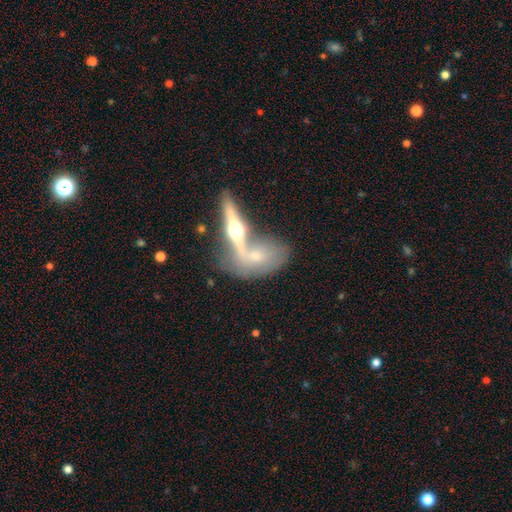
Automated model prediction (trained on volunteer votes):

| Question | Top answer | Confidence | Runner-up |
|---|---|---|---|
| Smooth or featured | featured or disk | 66% | smooth (27%) |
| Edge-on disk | yes | 75% | no (25%) |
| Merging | merger | 53% | none (30%) |